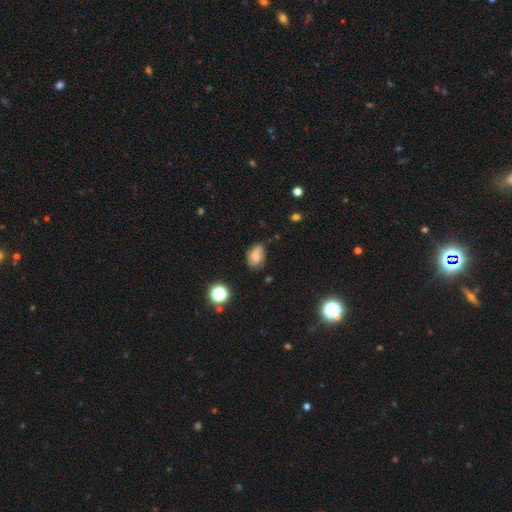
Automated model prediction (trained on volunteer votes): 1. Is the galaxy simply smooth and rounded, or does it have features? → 66% smooth, 22% featured or disk, 12% star or artifact.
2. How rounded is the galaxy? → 81% in between, 17% round, 2% cigar-shaped.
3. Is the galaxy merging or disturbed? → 63% none, 28% minor disturbance, 6% major disturbance, 3% merger.